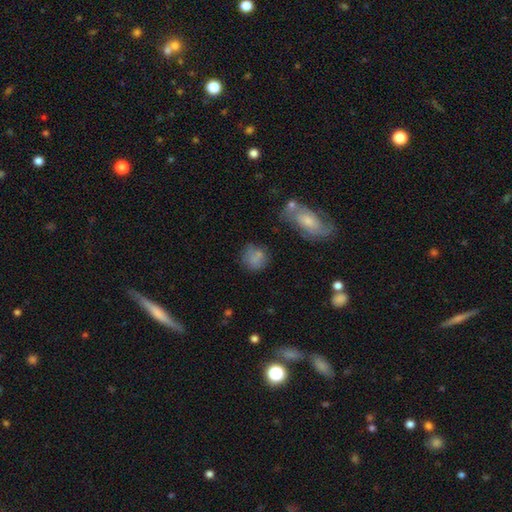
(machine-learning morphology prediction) smooth-or-featured: smooth: 71% | featured or disk: 16% | star or artifact: 13%
  how-rounded: round: 76% | in between: 22% | cigar-shaped: 2%
  merging: none: 65% | minor disturbance: 18% | merger: 9% | major disturbance: 8%